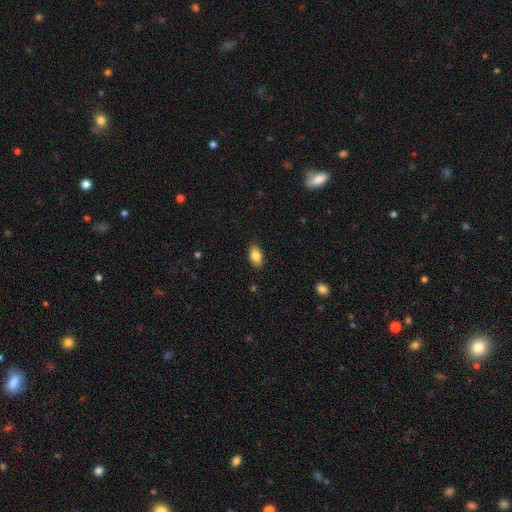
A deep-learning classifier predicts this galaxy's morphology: This appears to be a smooth galaxy with no disk features (83%) that is in between round and cigar-shaped (92%). Merging: none (87%).